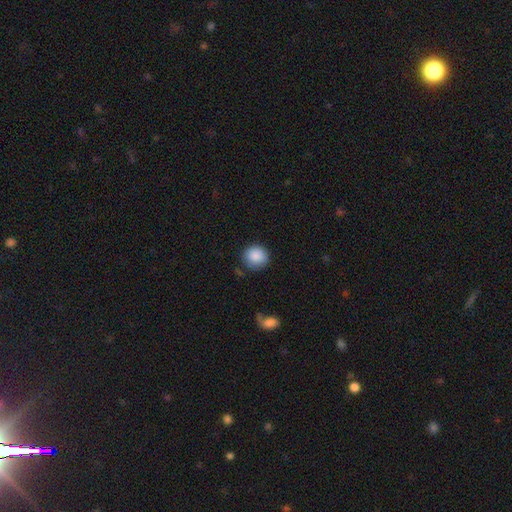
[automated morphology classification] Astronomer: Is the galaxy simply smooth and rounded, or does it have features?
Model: smooth — 88%.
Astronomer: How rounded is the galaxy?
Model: round — 87%.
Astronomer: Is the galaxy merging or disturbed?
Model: none — 81%.